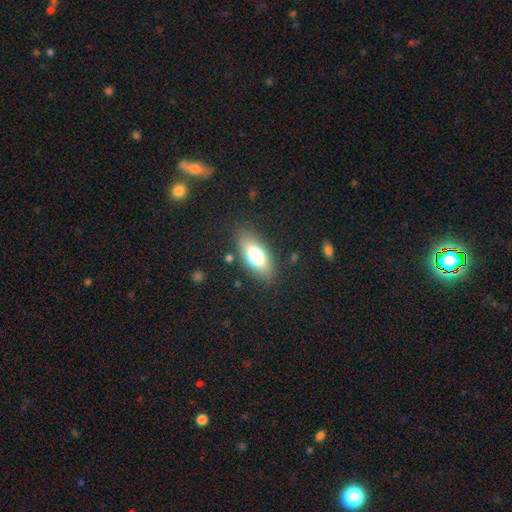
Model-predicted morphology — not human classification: Overall: smooth (73%). How rounded: in between (83%). Merging: none (83%).